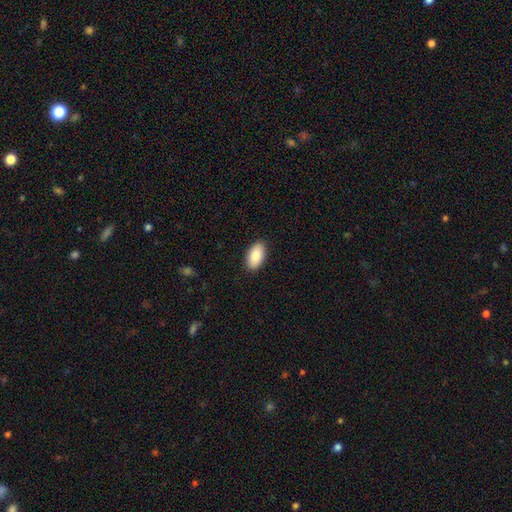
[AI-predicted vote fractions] smooth 85%, featured or disk 8%, star or artifact 6%. Down the decision tree: how rounded — in between (95%); merging — none (90%).